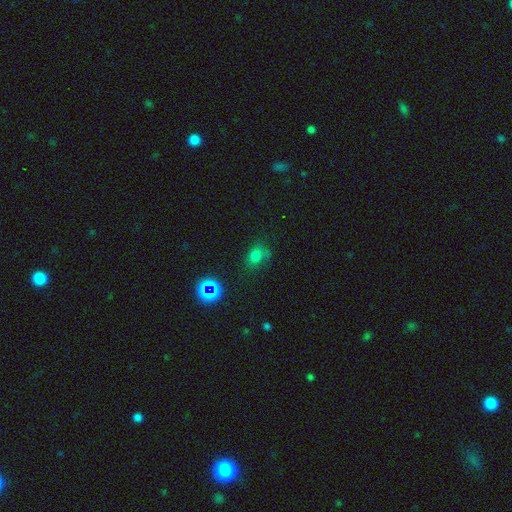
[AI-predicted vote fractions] Morphology: type=smooth (67%); roundness=in between (52%); merging=none (59%).